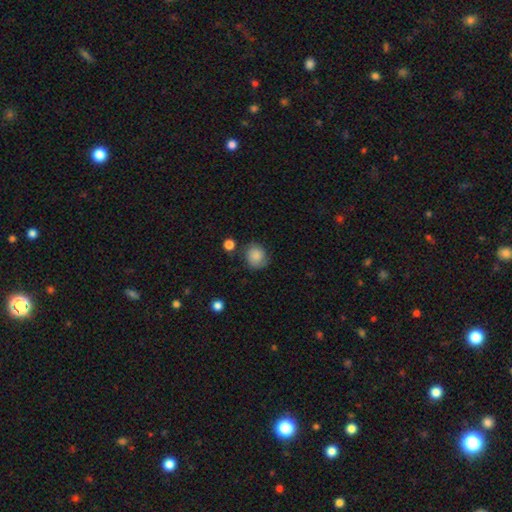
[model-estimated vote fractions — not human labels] Overall: smooth (83%). How rounded: round (78%). Merging: none (71%).